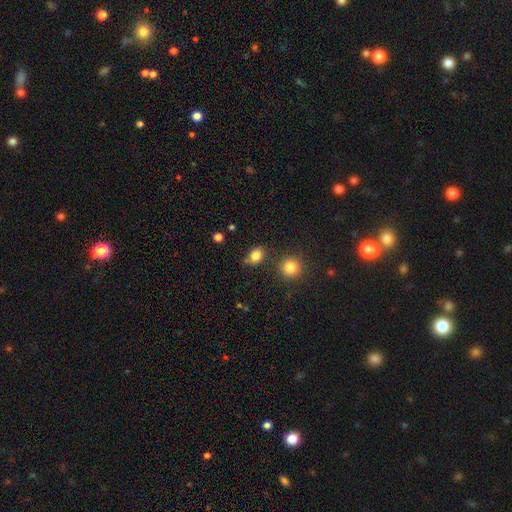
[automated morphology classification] This appears to be a smooth galaxy with no disk features (83%) that is in between round and cigar-shaped (54%). Merging: none (75%).